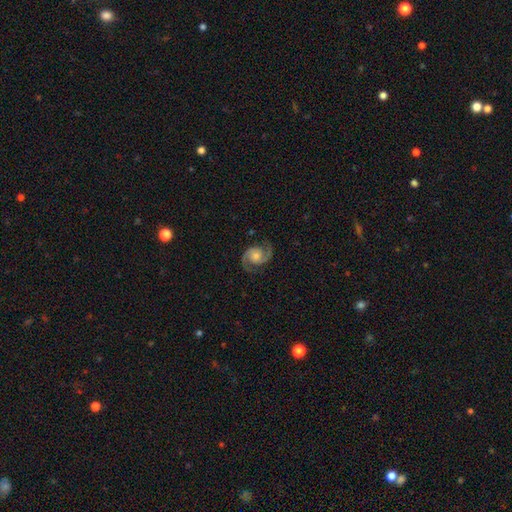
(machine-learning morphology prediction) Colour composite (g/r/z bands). It shows a featured or disk galaxy (91%) with no bar (68%), 2 (94%) medium (59%) spiral arms (98%) and a moderate central bulge (44%). Merging: none (83%).